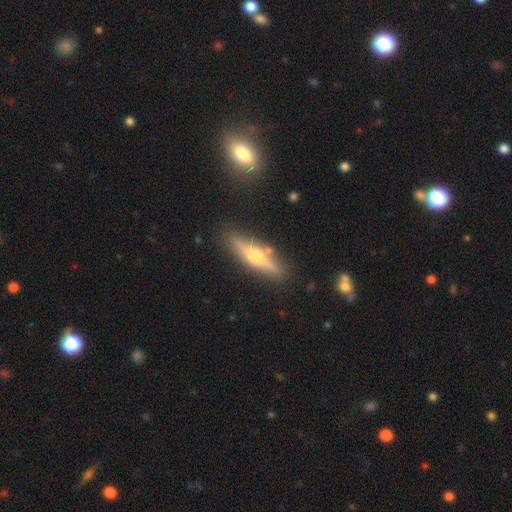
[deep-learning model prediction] Q: Smooth or featured?
A: featured or disk (62%); runner-up: smooth (32%)
Q: Edge-on disk?
A: yes (94%); runner-up: no (6%)
Q: Edge-on bulge?
A: rounded (91%); runner-up: boxy (5%)
Q: Merging?
A: none (84%); runner-up: minor disturbance (10%)